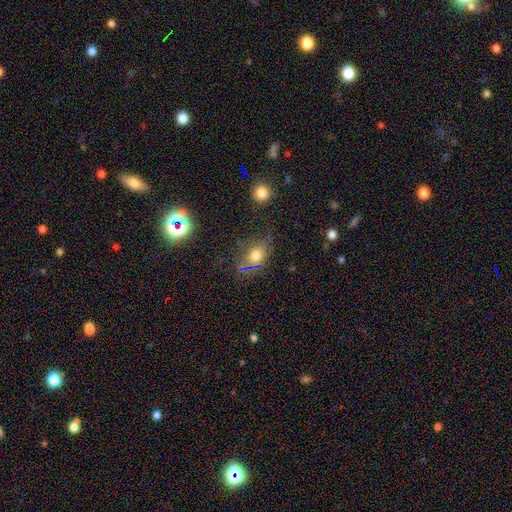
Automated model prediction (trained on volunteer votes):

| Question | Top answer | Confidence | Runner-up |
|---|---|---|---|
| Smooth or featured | smooth | 65% | star or artifact (22%) |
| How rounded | in between | 54% | round (41%) |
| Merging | none | 66% | minor disturbance (20%) |